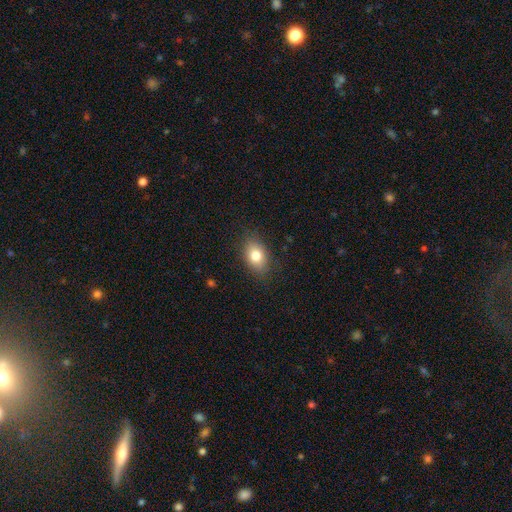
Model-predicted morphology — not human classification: Overall: smooth (80%). How rounded: in between (81%). Merging: none (84%).